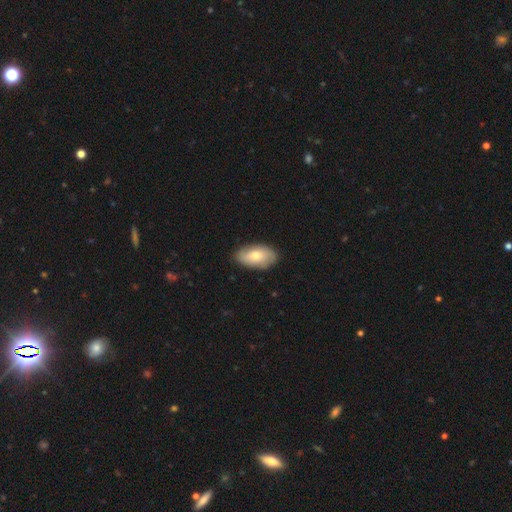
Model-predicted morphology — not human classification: type=smooth (68%); roundness=in between (93%); merging=none (86%).